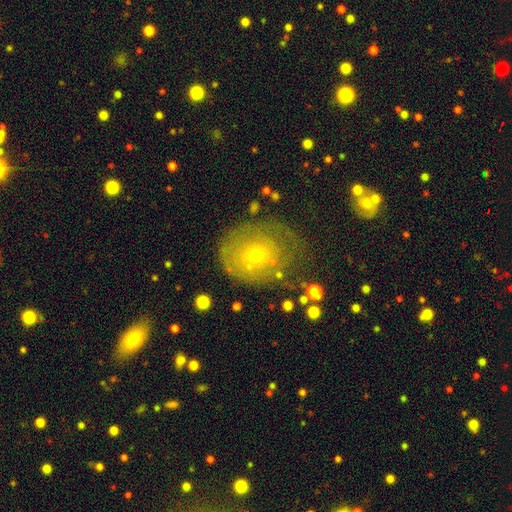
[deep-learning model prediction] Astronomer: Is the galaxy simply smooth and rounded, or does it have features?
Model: smooth — 46% (runner-up: featured or disk, 42%).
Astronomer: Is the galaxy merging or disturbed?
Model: none — 60%.